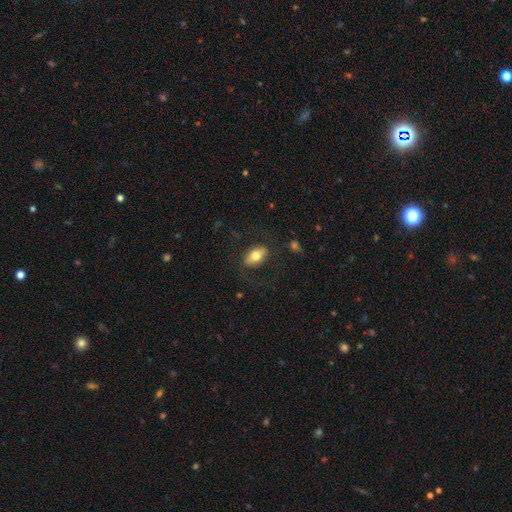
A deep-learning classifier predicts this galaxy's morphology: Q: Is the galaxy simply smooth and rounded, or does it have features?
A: smooth — 70%.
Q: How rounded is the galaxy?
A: in between — 90%.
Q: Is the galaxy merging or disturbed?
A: none — 76%.